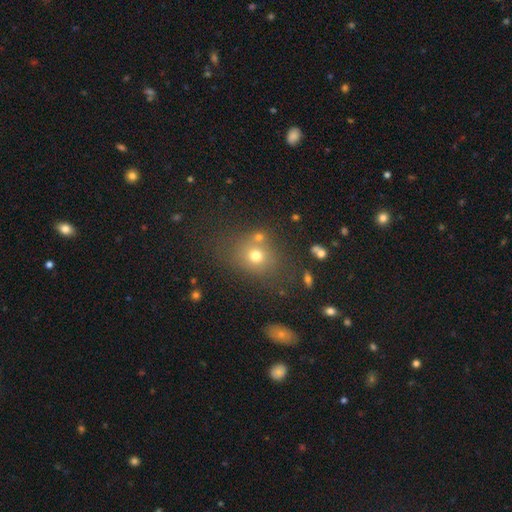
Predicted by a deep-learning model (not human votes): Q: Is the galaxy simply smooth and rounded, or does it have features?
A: smooth — 70%.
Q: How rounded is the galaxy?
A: round — 69%.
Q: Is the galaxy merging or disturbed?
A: none — 66%.